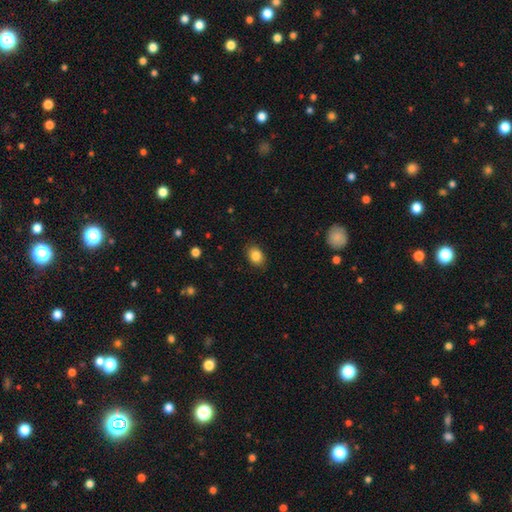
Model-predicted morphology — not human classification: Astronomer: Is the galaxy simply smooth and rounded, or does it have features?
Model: smooth — 85%.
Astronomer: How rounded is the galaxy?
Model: in between — 66%.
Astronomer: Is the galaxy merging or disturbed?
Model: none — 86%.